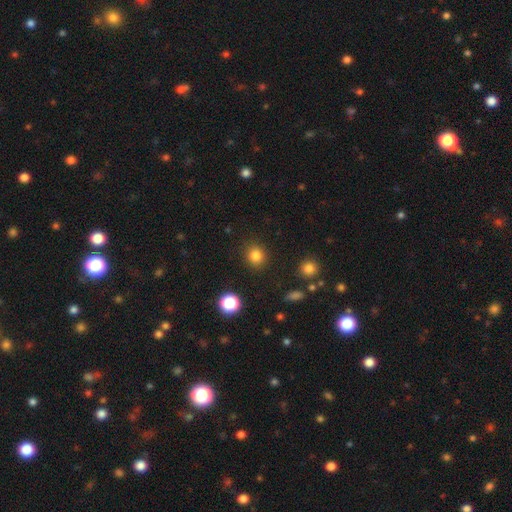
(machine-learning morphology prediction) Smooth or featured?
  - smooth: 83% *
  - star or artifact: 13%
  - featured or disk: 5%
How rounded?
  - round: 86% *
  - in between: 13%
  - cigar-shaped: 1%
Merging?
  - none: 89% *
  - minor disturbance: 6%
  - major disturbance: 3%
  - merger: 2%